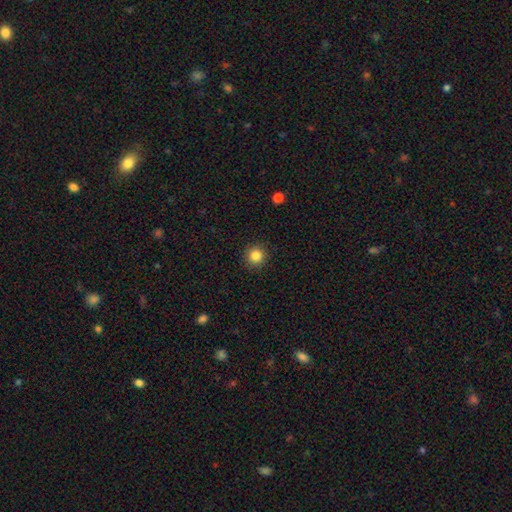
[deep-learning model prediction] A smooth galaxy with no disk features (84%) that is round (95%).

Vote fractions:
- Smooth or featured? smooth: 84% / star or artifact: 11% / featured or disk: 5%
- How rounded? round: 95% / in between: 4% / cigar-shaped: 1%
- Merging? none: 92% / minor disturbance: 5% / major disturbance: 2% / merger: 1%